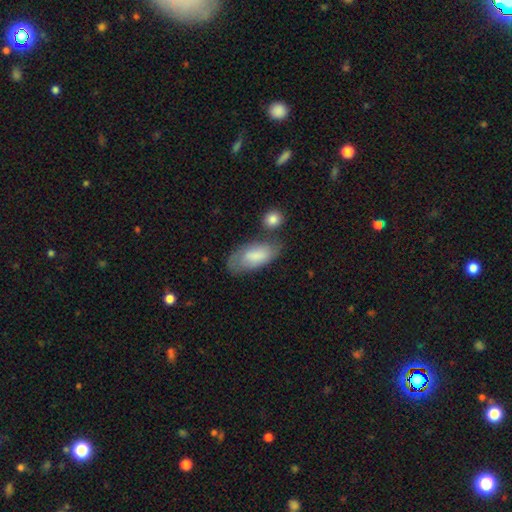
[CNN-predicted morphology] The model was most divided on "merging": none: 56%, minor disturbance: 24%, merger: 12%, major disturbance: 9%. More confident: how rounded — in between (90%); smooth or featured — smooth (74%).